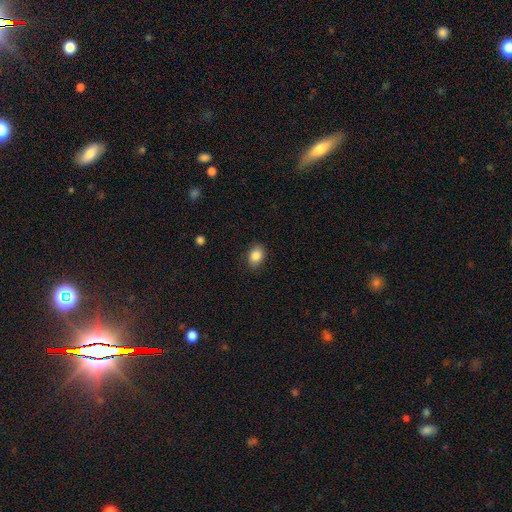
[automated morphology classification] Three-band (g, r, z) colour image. It shows a smooth galaxy with no disk features (87%) that is in between round and cigar-shaped (73%). Merging: none (85%).